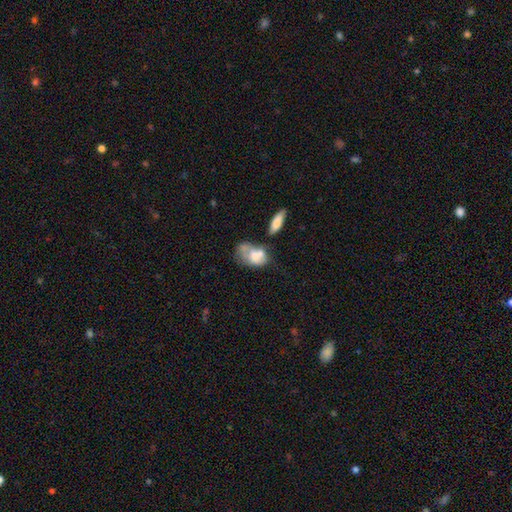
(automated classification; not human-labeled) Smooth or featured? smooth (58%)
How rounded? in between (86%)
Merging? merger (35%)